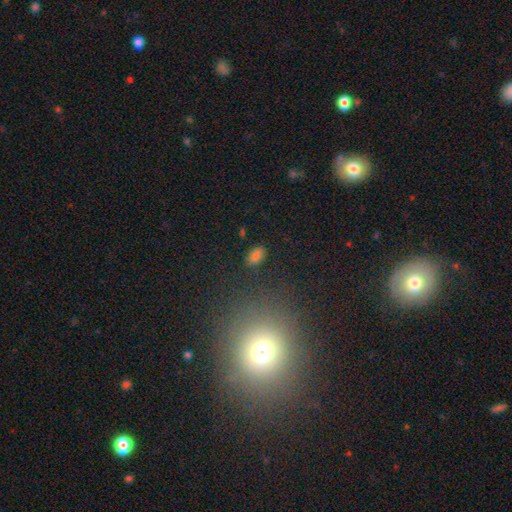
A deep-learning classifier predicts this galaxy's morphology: Smooth or featured? Predicted: smooth (p=0.73). How rounded? Predicted: in between (p=0.87). Merging? Predicted: none (p=0.81).